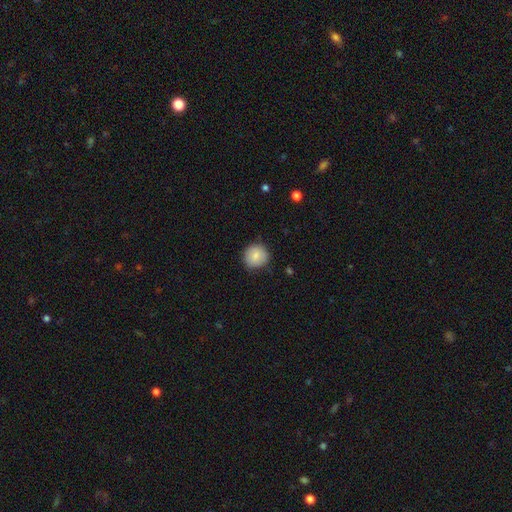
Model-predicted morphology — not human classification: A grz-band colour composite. It shows a smooth galaxy with no disk features (85%) that is round (92%). Merging: none (83%).